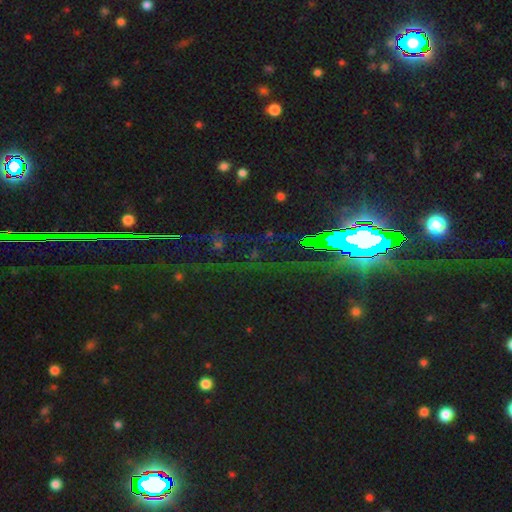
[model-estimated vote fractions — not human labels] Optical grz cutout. It shows a star or artifact, not a galaxy (83%).